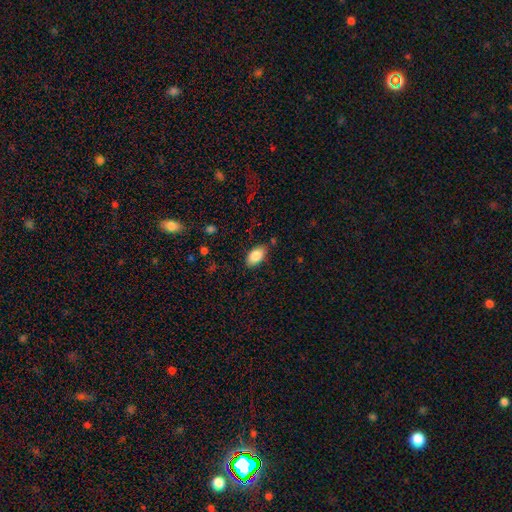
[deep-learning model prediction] smooth_or_featured: smooth (p=0.87) [alt: star or artifact p=0.07]
how_rounded: in between (p=0.94) [alt: round p=0.04]
merging: none (p=0.83) [alt: minor disturbance p=0.13]